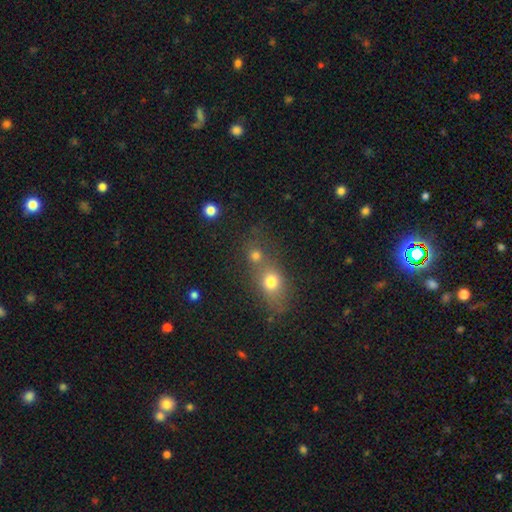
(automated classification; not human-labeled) A smooth galaxy with no disk features (72%) that is round (77%).

Vote fractions:
- Smooth or featured? smooth: 72% / star or artifact: 18% / featured or disk: 10%
- How rounded? round: 77% / in between: 21% / cigar-shaped: 3%
- Merging? merger: 45% / none: 44% / minor disturbance: 7% / major disturbance: 4%